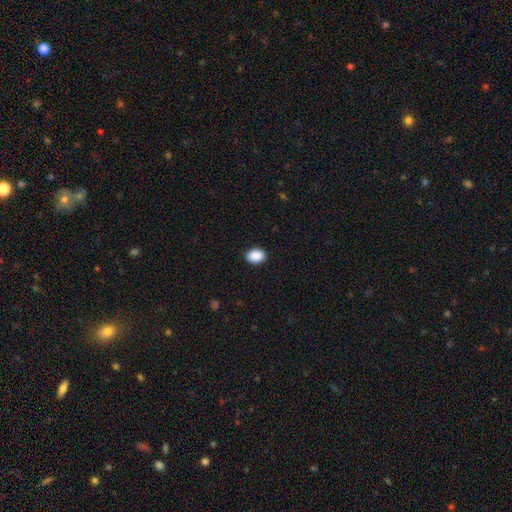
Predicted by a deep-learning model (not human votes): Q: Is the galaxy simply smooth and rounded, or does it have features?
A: smooth — 90%.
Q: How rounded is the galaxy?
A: in between — 78%.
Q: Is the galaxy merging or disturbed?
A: none — 90%.